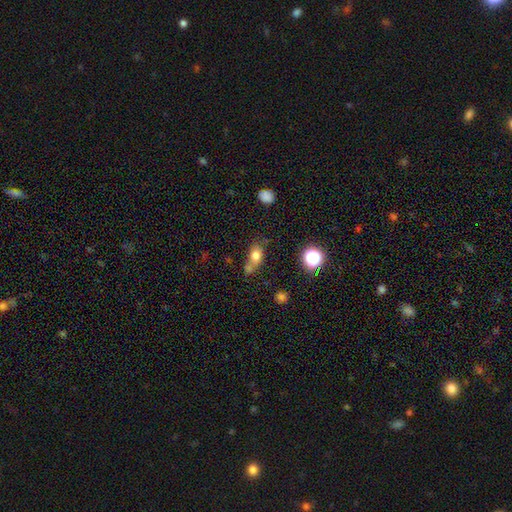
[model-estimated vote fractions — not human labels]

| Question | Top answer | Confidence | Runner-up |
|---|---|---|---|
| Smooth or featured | smooth | 75% | star or artifact (13%) |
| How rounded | in between | 63% | round (33%) |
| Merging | none | 43% | merger (32%) |